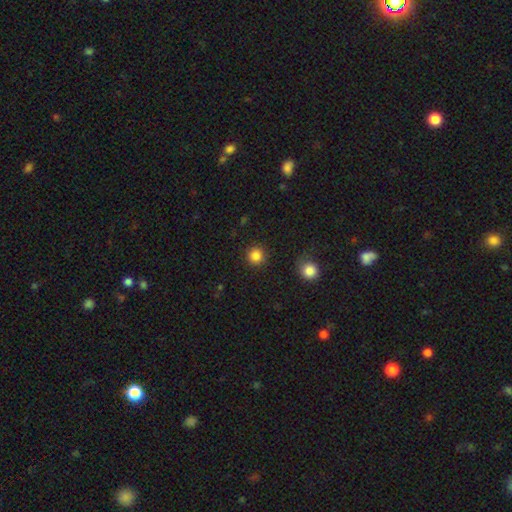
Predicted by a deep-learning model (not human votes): smooth-or-featured: smooth: 85% | star or artifact: 11% | featured or disk: 4%
  how-rounded: round: 94% | in between: 5% | cigar-shaped: 1%
  merging: none: 91% | minor disturbance: 5% | major disturbance: 2% | merger: 2%